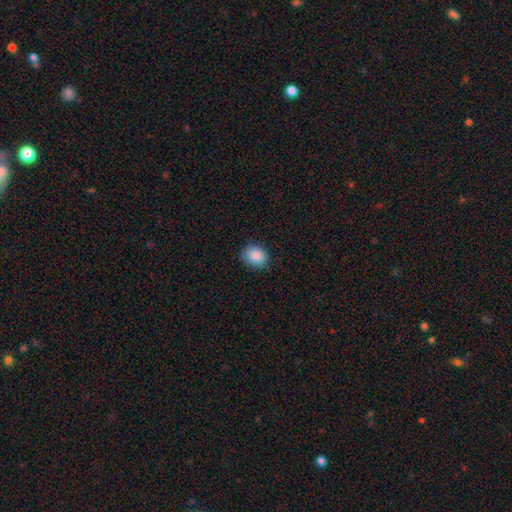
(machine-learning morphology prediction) Overall: smooth (87%). How rounded: round (54%; in between 45%). Merging: none (82%).